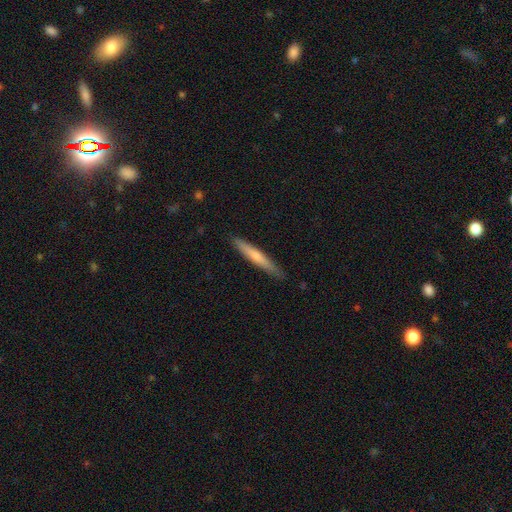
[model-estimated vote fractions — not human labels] Overall: smooth (63%; featured or disk 32%). How rounded: cigar-shaped (95%). Merging: none (89%).